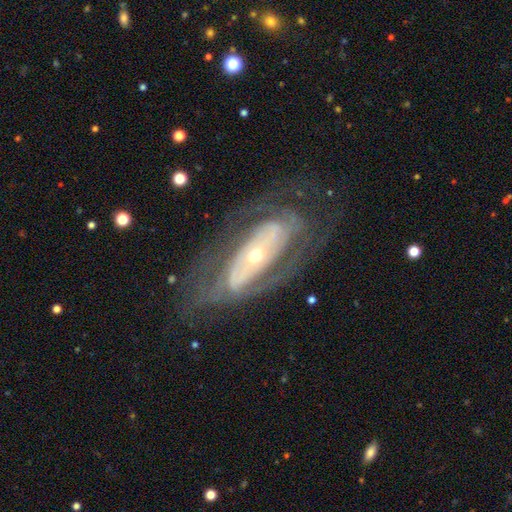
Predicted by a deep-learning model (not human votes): Smooth or featured?
  - featured or disk: 76% *
  - smooth: 17%
  - star or artifact: 7%
Edge-on disk?
  - no: 87% *
  - yes: 13%
Bar?
  - no: 60% *
  - weak: 20%
  - strong: 20%
Spiral arms?
  - yes: 61% *
  - no: 39%
Bulge size?
  - small: 63% *
  - moderate: 31%
  - large: 4%
  - dominant: 1%
  - none: 1%
Merging?
  - none: 68% *
  - minor disturbance: 16%
  - major disturbance: 14%
  - merger: 2%